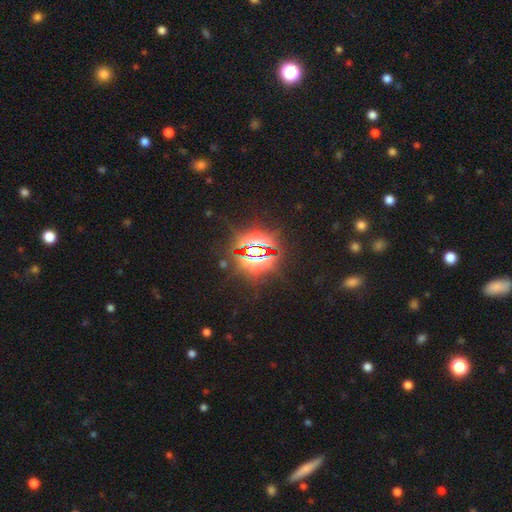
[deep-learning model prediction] Smooth or featured? star or artifact (83%)